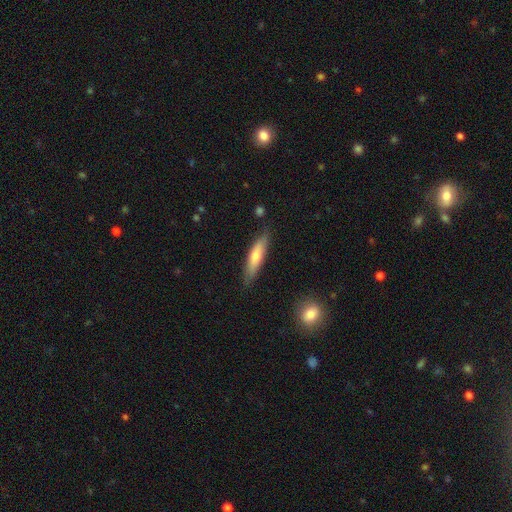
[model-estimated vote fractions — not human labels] smooth-or-featured: smooth: 62% | featured or disk: 32% | star or artifact: 6%
  how-rounded: cigar-shaped: 81% | in between: 17% | round: 2%
  merging: none: 83% | minor disturbance: 13% | major disturbance: 2% | merger: 2%